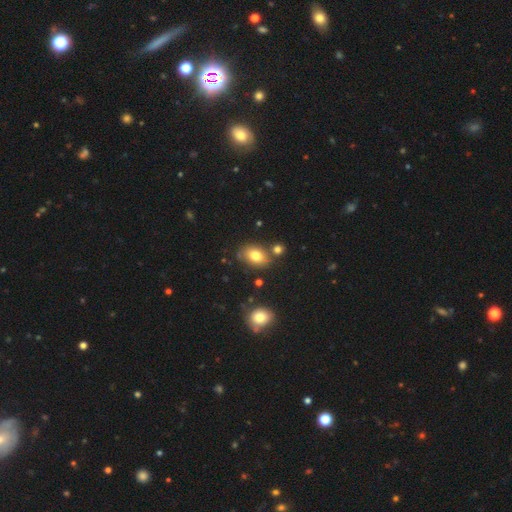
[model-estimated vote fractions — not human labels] This appears to be a smooth galaxy with no disk features (78%) that is in between round and cigar-shaped (78%). Merging: none (71%).